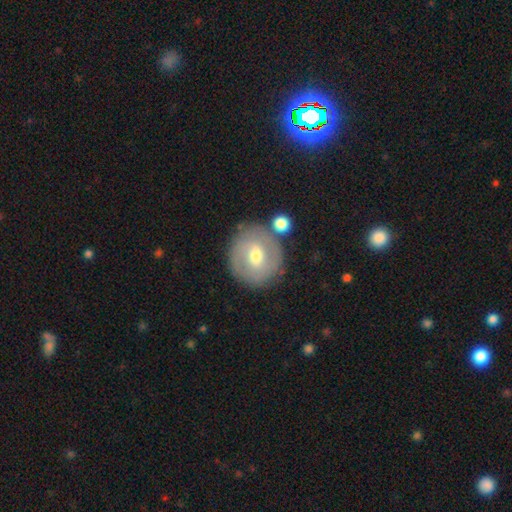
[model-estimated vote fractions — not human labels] smooth-or-featured: featured or disk: 48% | smooth: 45% | star or artifact: 7%
  merging: none: 75% | minor disturbance: 13% | merger: 8% | major disturbance: 4%